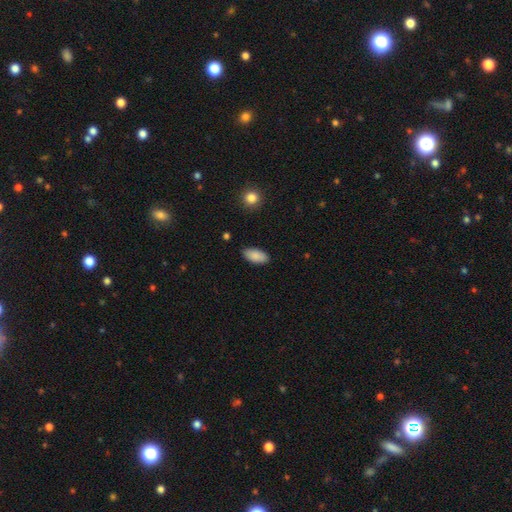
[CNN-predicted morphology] type=smooth (88%); roundness=in between (93%); merging=none (87%).